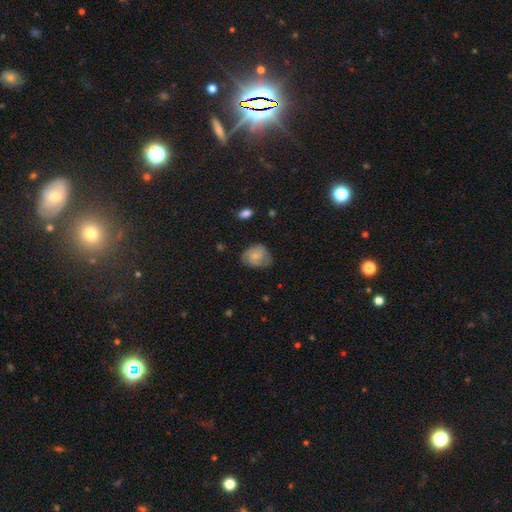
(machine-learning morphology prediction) A smooth galaxy with no disk features (47%). Merging: none (61%).